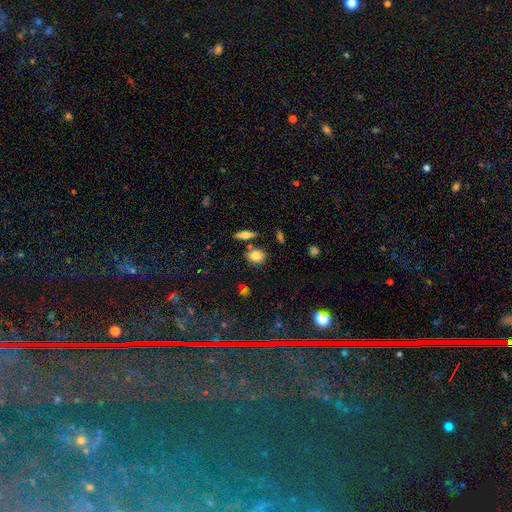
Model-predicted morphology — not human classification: type=smooth (81%); roundness=round (53%); merging=none (79%).